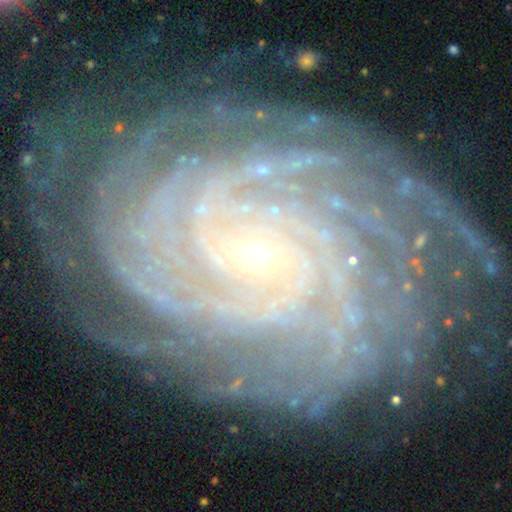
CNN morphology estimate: Smooth or featured? featured or disk (91%)
Edge-on disk? no (97%)
Bar? no (50%)
Spiral arms? yes (98%)
Spiral winding? tight (81%)
Spiral arm count? more than 4 (27%)
Bulge size? small (83%)
Merging? none (77%)